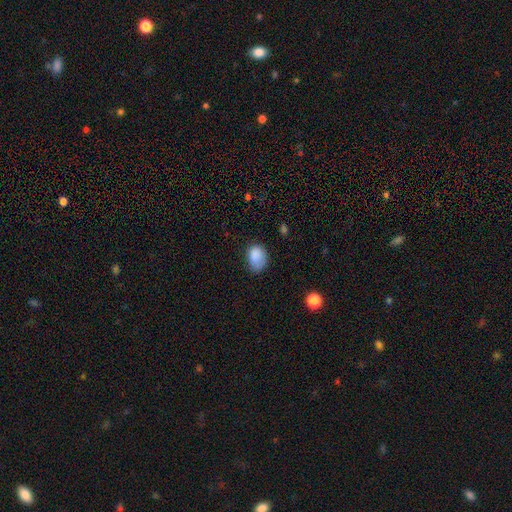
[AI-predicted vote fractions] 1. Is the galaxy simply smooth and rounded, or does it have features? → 85% smooth, 9% star or artifact, 7% featured or disk.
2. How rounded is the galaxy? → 72% in between, 27% round, 1% cigar-shaped.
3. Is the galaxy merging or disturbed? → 53% none, 33% minor disturbance, 12% major disturbance, 2% merger.